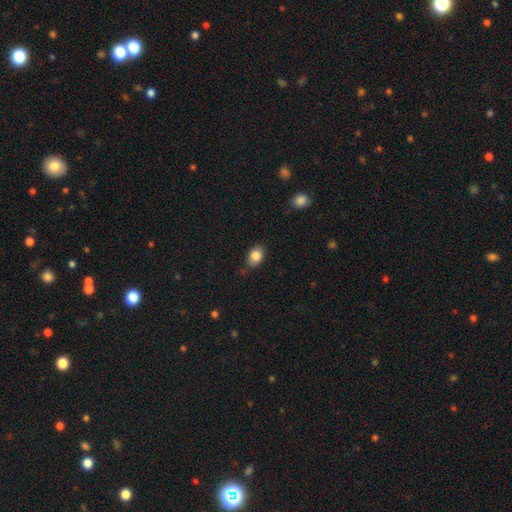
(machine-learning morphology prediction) Smooth or featured? Predicted: smooth (p=0.84). How rounded? Predicted: in between (p=0.79). Merging? Predicted: none (p=0.77).